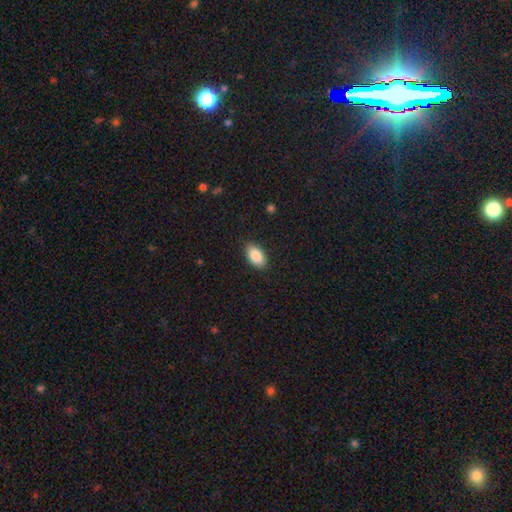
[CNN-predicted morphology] Smooth or featured? Predicted: smooth (p=0.88). How rounded? Predicted: in between (p=0.94). Merging? Predicted: none (p=0.88).